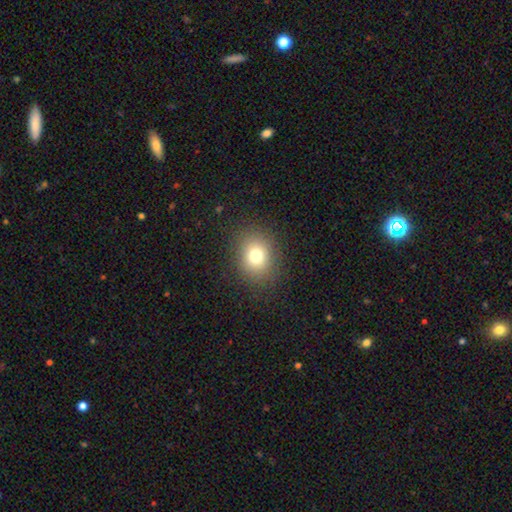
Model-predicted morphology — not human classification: A smooth galaxy with no disk features (76%) that is round (64%).

Vote fractions:
- Smooth or featured? smooth: 76% / star or artifact: 14% / featured or disk: 10%
- How rounded? round: 64% / in between: 36% / cigar-shaped: 1%
- Merging? none: 87% / minor disturbance: 8% / major disturbance: 4% / merger: 1%